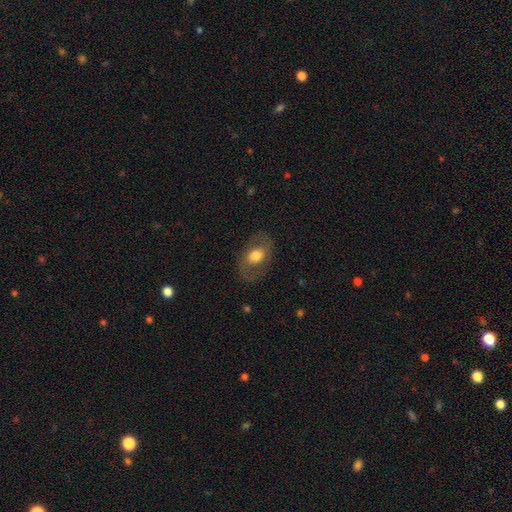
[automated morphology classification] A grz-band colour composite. It shows a featured or disk galaxy (48%). Merging: none (78%).